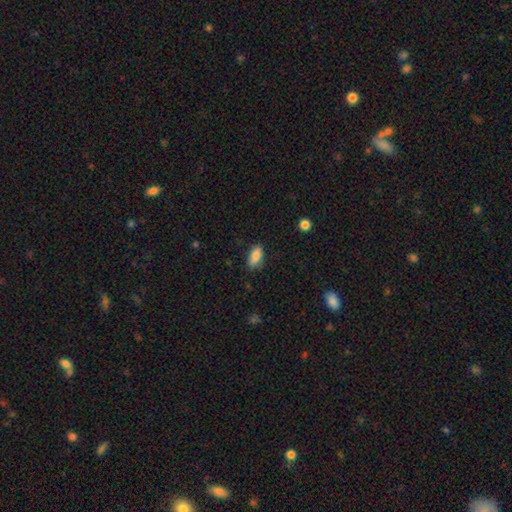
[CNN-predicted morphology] This appears to be a smooth galaxy with no disk features (86%) that is in between round and cigar-shaped (88%). Merging: none (83%).